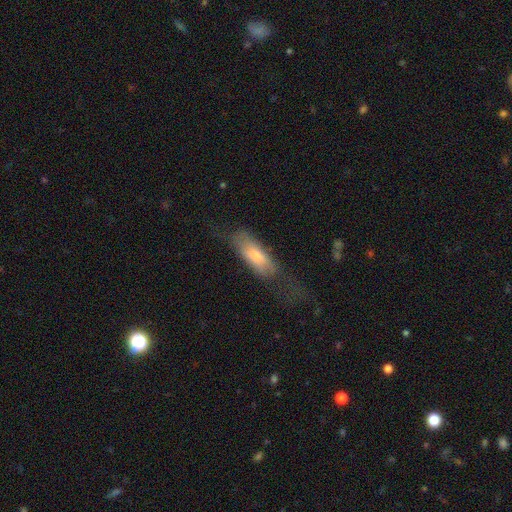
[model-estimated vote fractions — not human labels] smooth_or_featured: smooth (p=0.72) [alt: featured or disk p=0.22]
how_rounded: in between (p=0.70) [alt: cigar-shaped p=0.27]
merging: none (p=0.41) [alt: minor disturbance p=0.28]